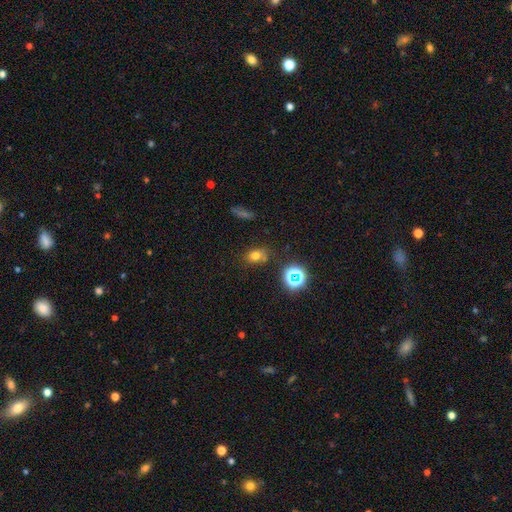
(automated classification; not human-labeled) Smooth or featured? smooth (69%)
How rounded? in between (64%)
Merging? none (71%)